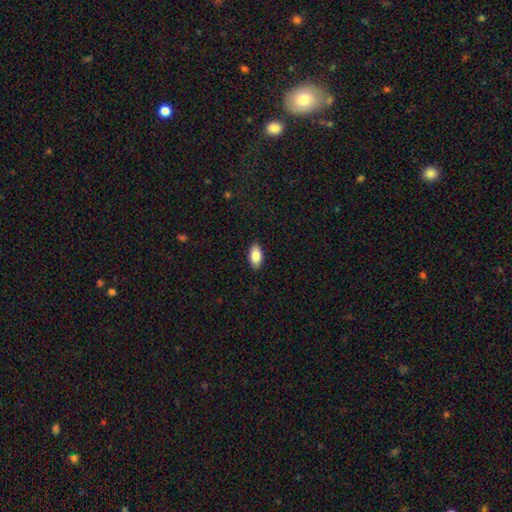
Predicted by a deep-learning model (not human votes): Smooth or featured? Predicted: smooth (p=0.84). How rounded? Predicted: in between (p=0.92). Merging? Predicted: none (p=0.89).